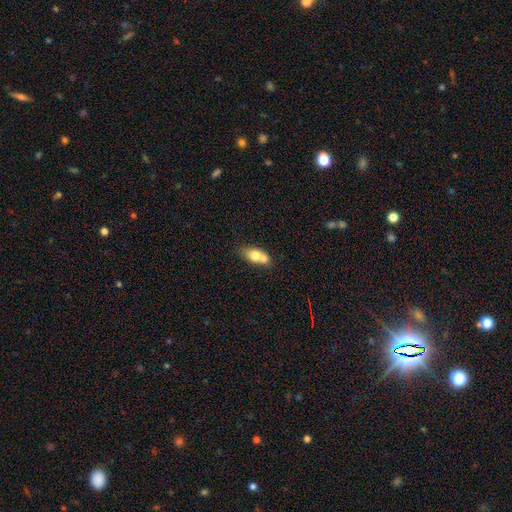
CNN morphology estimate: Smooth or featured: smooth — 69% (featured or disk — 23%)
How rounded: in between — 78% (round — 13%)
Merging: merger — 49% (none — 34%)